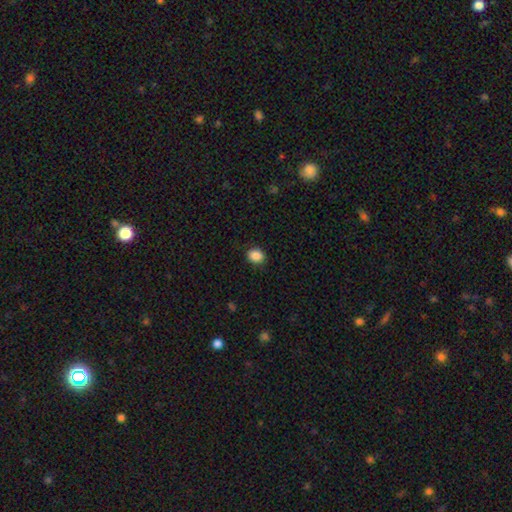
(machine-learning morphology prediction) type=smooth (88%); roundness=round (66%); merging=none (89%).